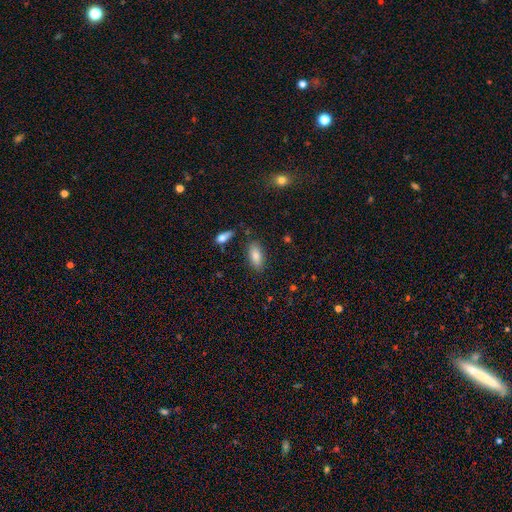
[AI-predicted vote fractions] The model was most divided on "merging": none: 81%, minor disturbance: 12%, merger: 4%, major disturbance: 3%. More confident: how rounded — in between (87%); smooth or featured — smooth (84%).